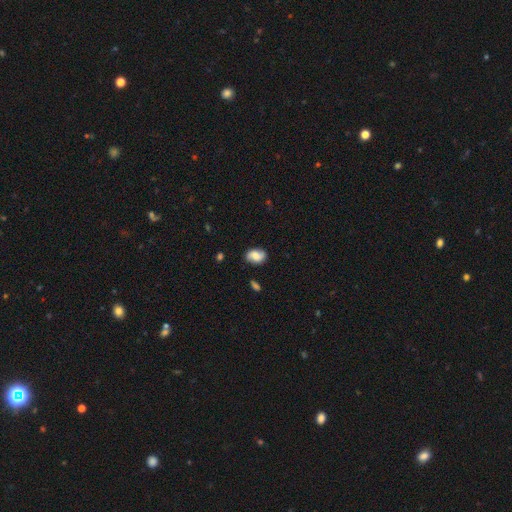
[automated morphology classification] Smooth or featured? Predicted: smooth (p=0.59). How rounded? Predicted: in between (p=0.81). Merging? Predicted: none (p=0.77).